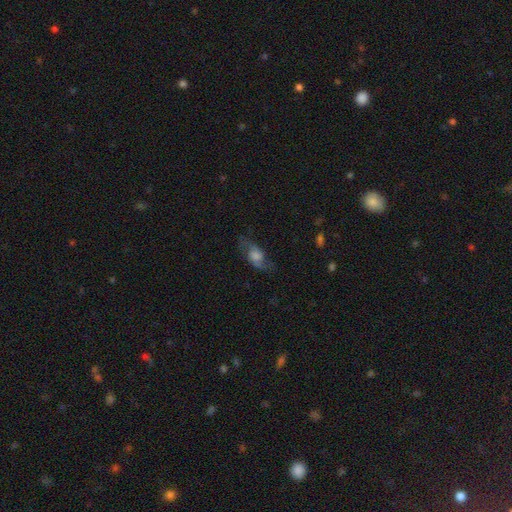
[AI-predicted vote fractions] A featured or disk galaxy (55%).

Vote fractions:
- Smooth or featured? featured or disk: 55% / smooth: 35% / star or artifact: 10%
- Edge-on disk? no: 83% / yes: 17%
- Merging? none: 66% / minor disturbance: 20% / major disturbance: 13% / merger: 2%